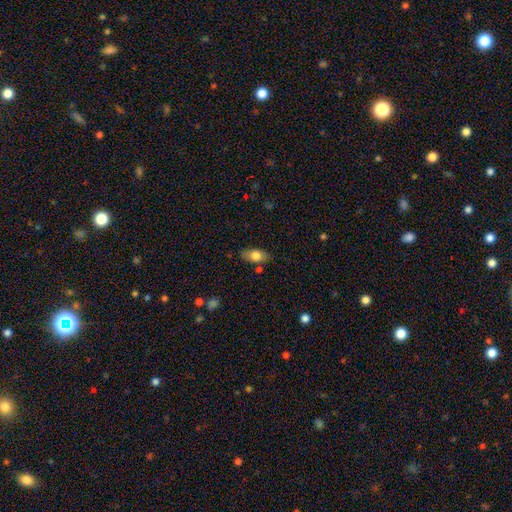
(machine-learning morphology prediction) Smooth or featured? Predicted: smooth (p=0.75). How rounded? Predicted: in between (p=0.87). Merging? Predicted: none (p=0.77).